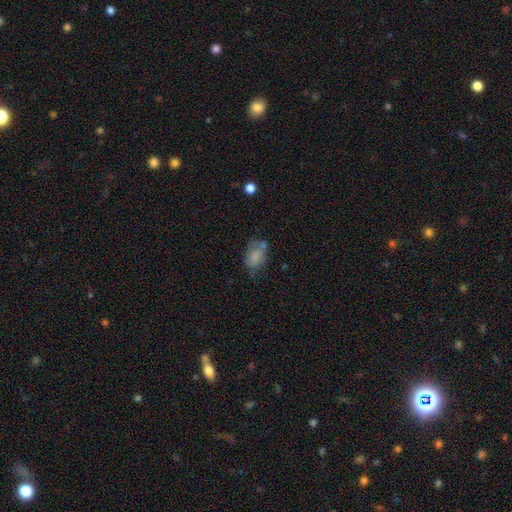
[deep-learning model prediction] smooth_or_featured: smooth (p=0.73) [alt: featured or disk p=0.17]
how_rounded: in between (p=0.84) [alt: round p=0.14]
merging: none (p=0.48) [alt: minor disturbance p=0.27]